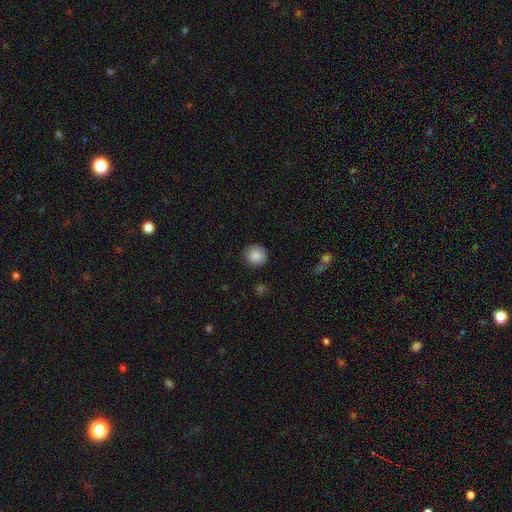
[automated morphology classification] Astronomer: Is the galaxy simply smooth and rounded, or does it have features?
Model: smooth — 87%.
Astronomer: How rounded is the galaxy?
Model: round — 89%.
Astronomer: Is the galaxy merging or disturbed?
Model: none — 86%.